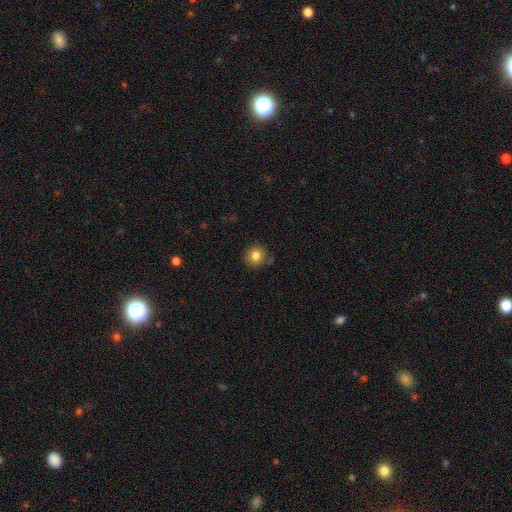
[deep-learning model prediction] A smooth galaxy with no disk features (82%) that is round (91%). Merging: none (83%).